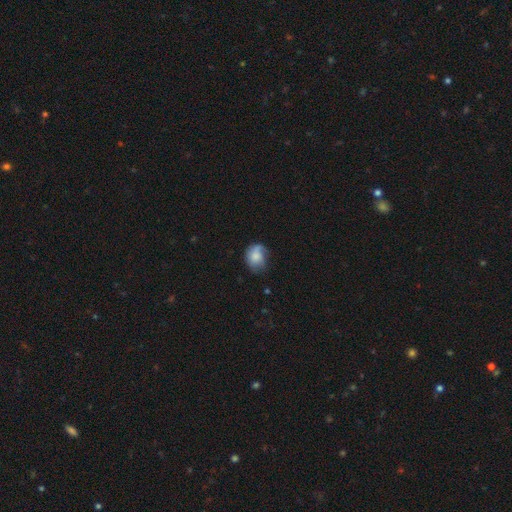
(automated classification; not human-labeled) Smooth or featured: smooth — 69% (featured or disk — 23%)
How rounded: round — 51% (in between — 48%)
Merging: none — 47% (minor disturbance — 34%)